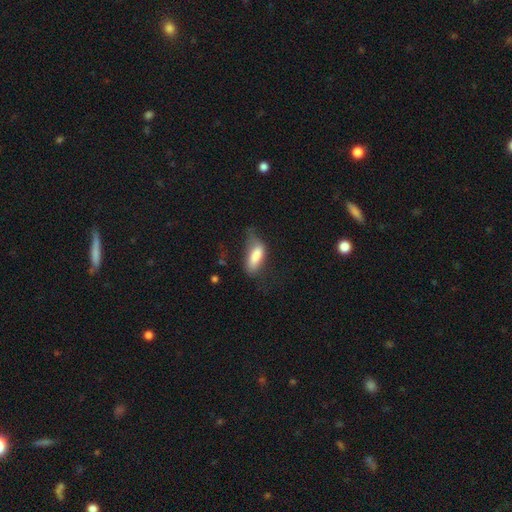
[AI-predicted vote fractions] Smooth or featured?
  - smooth: 75% *
  - featured or disk: 17%
  - star or artifact: 7%
How rounded?
  - in between: 74% *
  - cigar-shaped: 23%
  - round: 3%
Merging?
  - minor disturbance: 35% *
  - none: 32%
  - major disturbance: 30%
  - merger: 3%